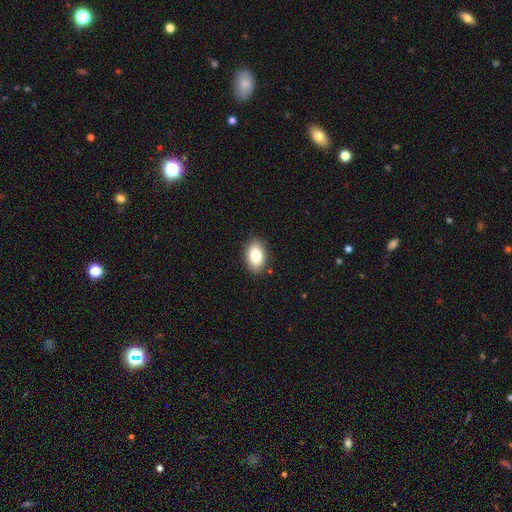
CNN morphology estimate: smooth_or_featured: smooth (p=0.81) [alt: featured or disk p=0.12]
how_rounded: in between (p=0.89) [alt: round p=0.10]
merging: none (p=0.87) [alt: minor disturbance p=0.09]